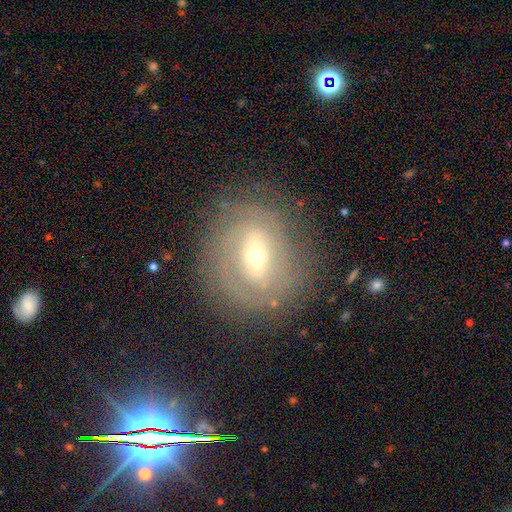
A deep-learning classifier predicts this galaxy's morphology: type=featured or disk (62%); edge-on=no (88%); bar=strong (39%); spiral arms=no (64%); bulge=moderate (51%); merging=none (77%).